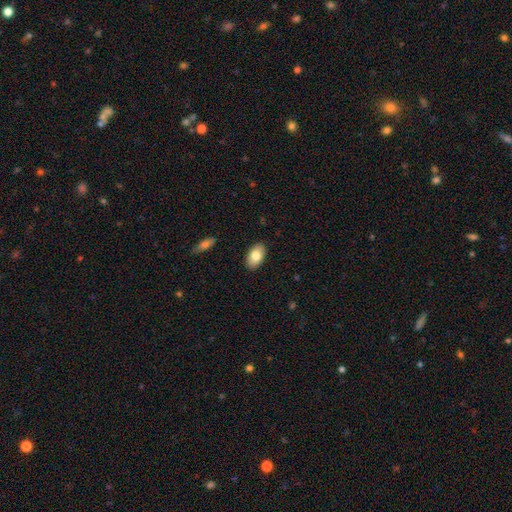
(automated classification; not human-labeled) Smooth or featured: smooth — 80% (featured or disk — 14%)
How rounded: in between — 94% (round — 5%)
Merging: none — 89% (minor disturbance — 8%)